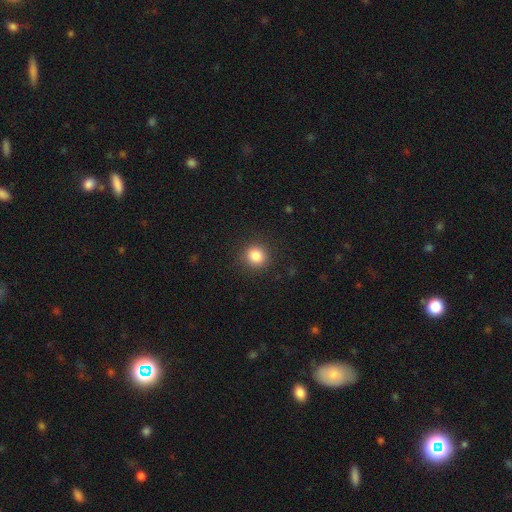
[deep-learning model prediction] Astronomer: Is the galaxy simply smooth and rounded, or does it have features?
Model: smooth — 85%.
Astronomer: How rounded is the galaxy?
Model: round — 87%.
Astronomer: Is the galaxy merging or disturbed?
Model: none — 90%.